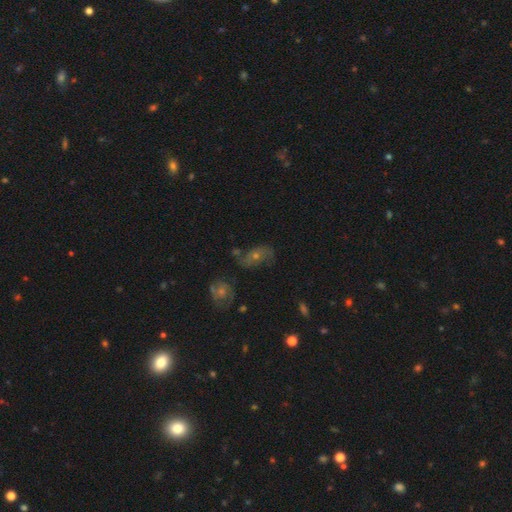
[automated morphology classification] smooth-or-featured: featured or disk: 44% | smooth: 31% | star or artifact: 25%
  merging: none: 62% | minor disturbance: 19% | major disturbance: 10% | merger: 9%